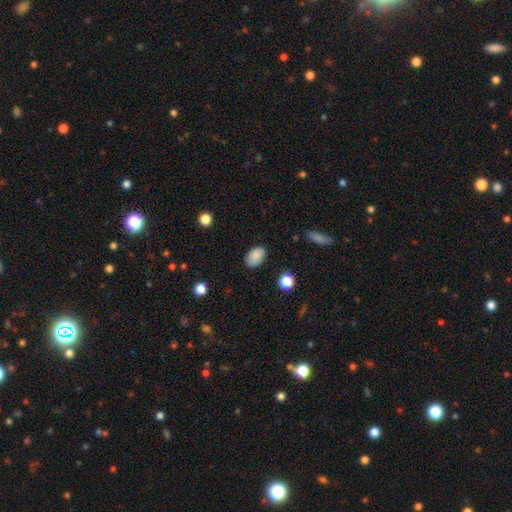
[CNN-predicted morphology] The model was most divided on "merging": none: 84%, minor disturbance: 12%, major disturbance: 3%, merger: 1%. More confident: how rounded — in between (87%); smooth or featured — smooth (87%).